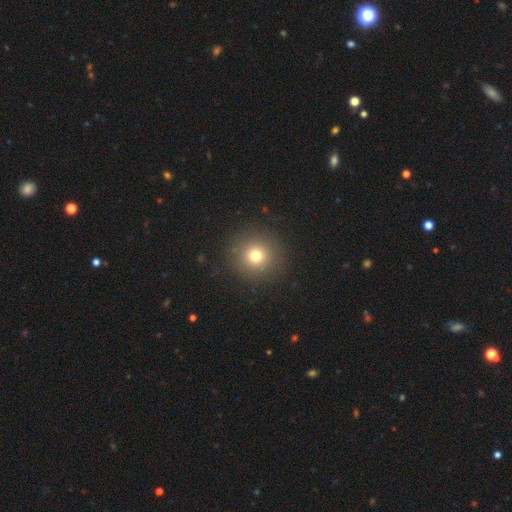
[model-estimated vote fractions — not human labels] smooth-or-featured: smooth: 75% | star or artifact: 15% | featured or disk: 10%
  how-rounded: round: 95% | in between: 4% | cigar-shaped: 1%
  merging: none: 90% | minor disturbance: 6% | major disturbance: 3% | merger: 1%